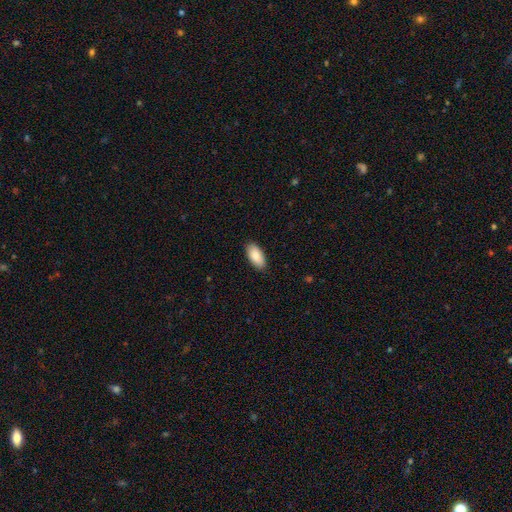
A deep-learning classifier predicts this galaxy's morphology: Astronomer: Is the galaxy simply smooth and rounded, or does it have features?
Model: smooth — 87%.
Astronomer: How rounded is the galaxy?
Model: in between — 93%.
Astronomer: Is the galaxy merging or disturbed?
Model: none — 88%.